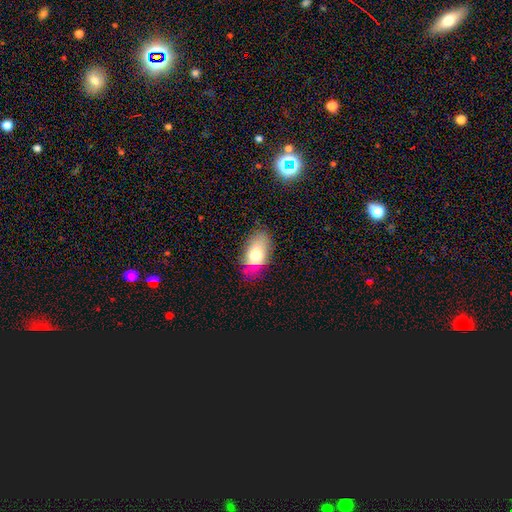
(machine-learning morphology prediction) Q: Smooth or featured?
A: smooth (71%); runner-up: featured or disk (18%)
Q: How rounded?
A: in between (89%); runner-up: round (8%)
Q: Merging?
A: none (70%); runner-up: minor disturbance (22%)